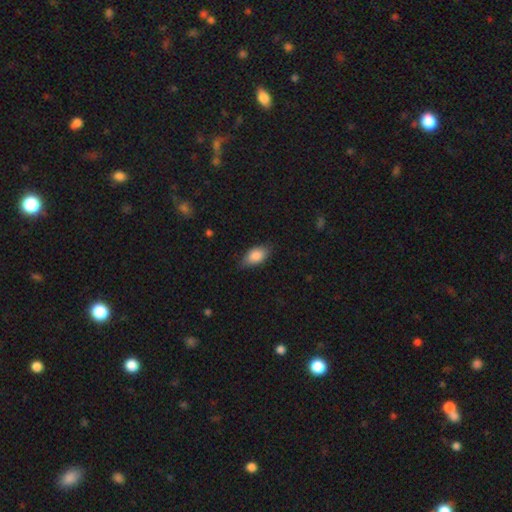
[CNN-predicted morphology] A smooth galaxy with no disk features (84%) that is in between round and cigar-shaped (91%). Merging: none (80%).